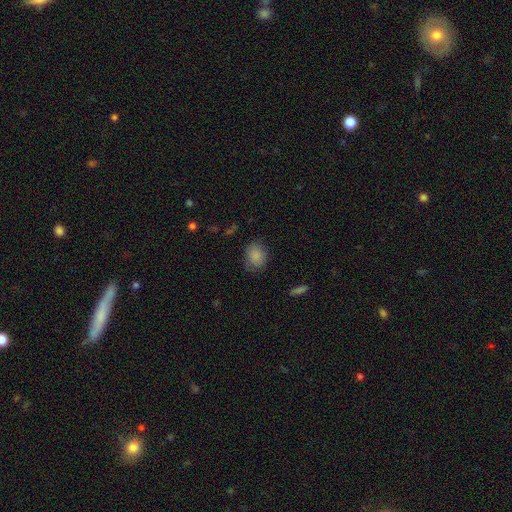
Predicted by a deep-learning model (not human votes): Smooth or featured: smooth — 85% (star or artifact — 8%)
How rounded: round — 54% (in between — 45%)
Merging: none — 73% (minor disturbance — 21%)